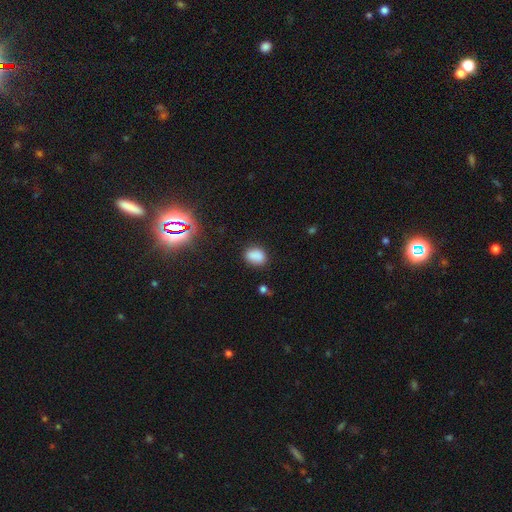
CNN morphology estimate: The model was most divided on "how rounded": in between: 69%, round: 30%, cigar-shaped: 1%. More confident: smooth or featured — smooth (83%); merging — none (78%).